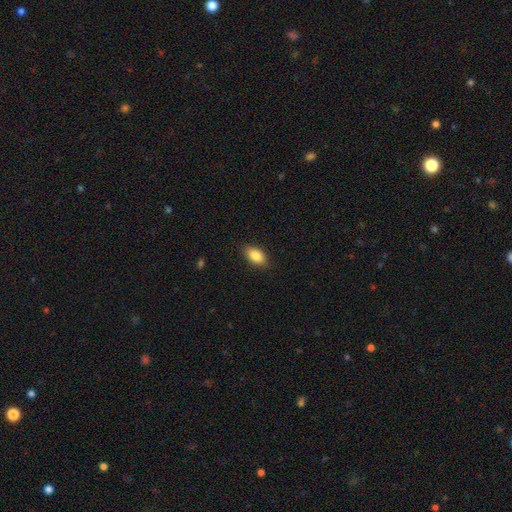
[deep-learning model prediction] This is clearly a smooth galaxy (87%). How rounded: clearly in between (92%). Merging: clearly none (85%).